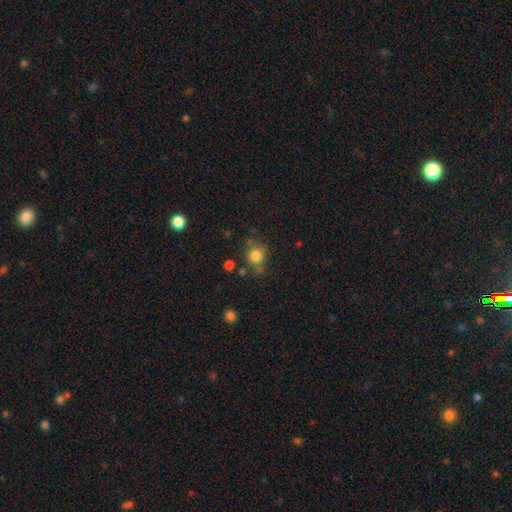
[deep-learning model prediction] Smooth or featured? smooth (80%)
How rounded? round (81%)
Merging? none (66%)